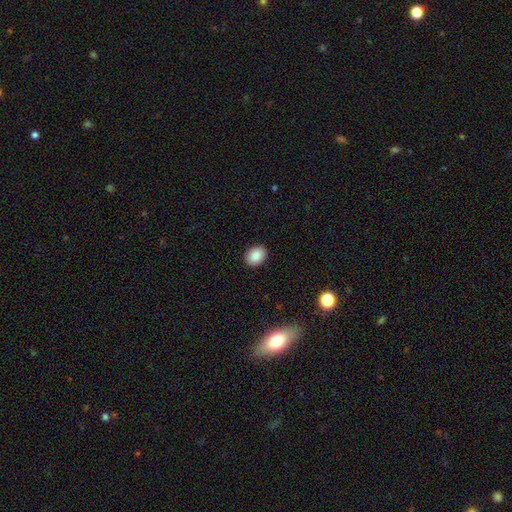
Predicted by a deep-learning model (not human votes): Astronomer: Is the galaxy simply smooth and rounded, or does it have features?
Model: smooth — 88%.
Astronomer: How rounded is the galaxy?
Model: in between — 58% (runner-up: round, 41%).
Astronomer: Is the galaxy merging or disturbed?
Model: none — 90%.